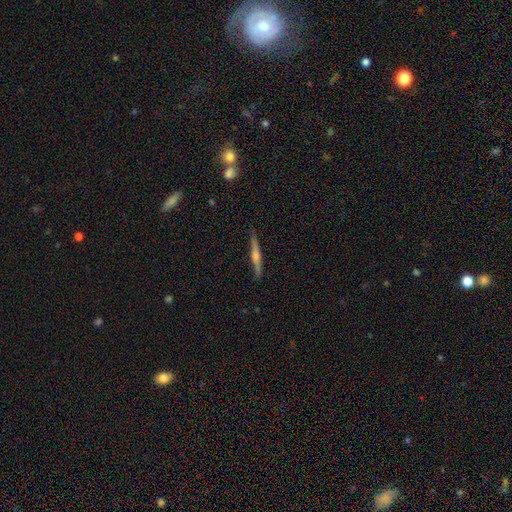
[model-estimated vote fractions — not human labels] featured or disk 70%, smooth 22%, star or artifact 7%. Down the decision tree: edge-on disk — yes (97%); edge-on bulge — rounded (76%); merging — none (89%).